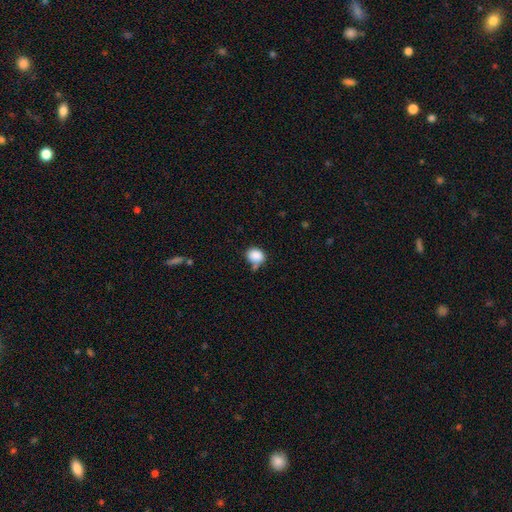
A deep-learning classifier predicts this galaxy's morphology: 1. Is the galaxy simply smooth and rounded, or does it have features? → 87% smooth, 9% star or artifact, 4% featured or disk.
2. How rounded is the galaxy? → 60% round, 39% in between, 1% cigar-shaped.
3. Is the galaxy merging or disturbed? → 55% none, 26% minor disturbance, 11% merger, 8% major disturbance.